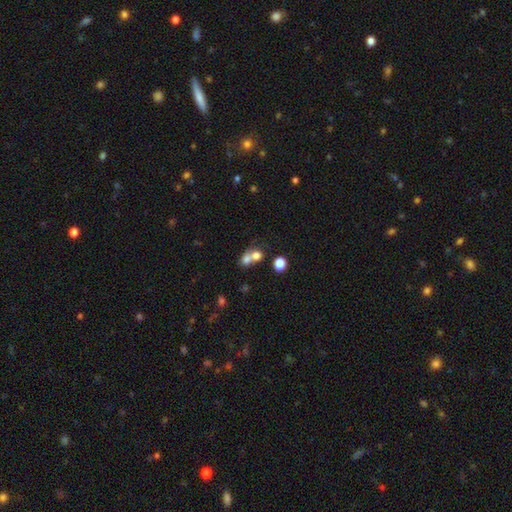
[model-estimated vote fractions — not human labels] Overall: smooth (71%). How rounded: round (68%; in between 31%). Merging: merger (64%; none 26%).